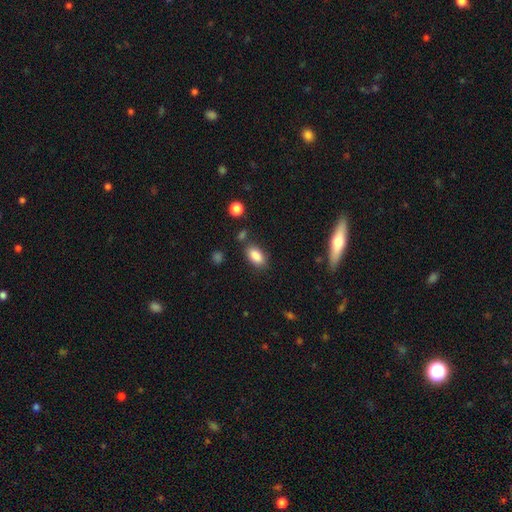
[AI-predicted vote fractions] smooth_or_featured: smooth (p=0.86) [alt: star or artifact p=0.09]
how_rounded: in between (p=0.90) [alt: round p=0.06]
merging: none (p=0.80) [alt: minor disturbance p=0.12]